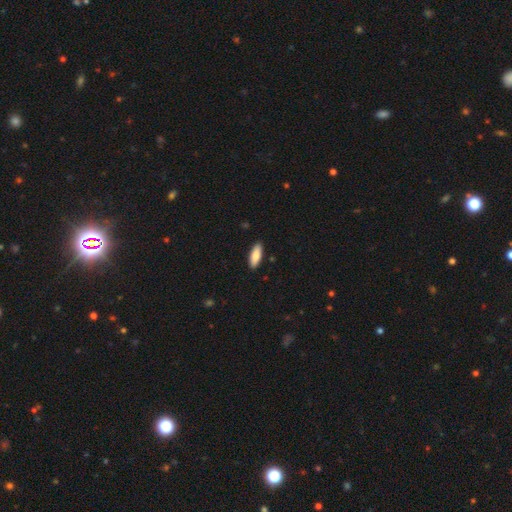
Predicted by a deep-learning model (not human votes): Smooth or featured: smooth — 85% (featured or disk — 10%)
How rounded: in between — 66% (cigar-shaped — 32%)
Merging: none — 90% (minor disturbance — 8%)